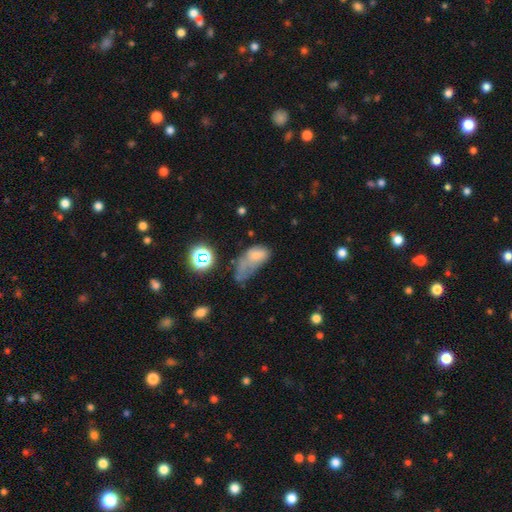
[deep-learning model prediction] Overall: smooth (61%; featured or disk 22%). How rounded: in between (86%). Merging: major disturbance (41%; minor disturbance 23%).